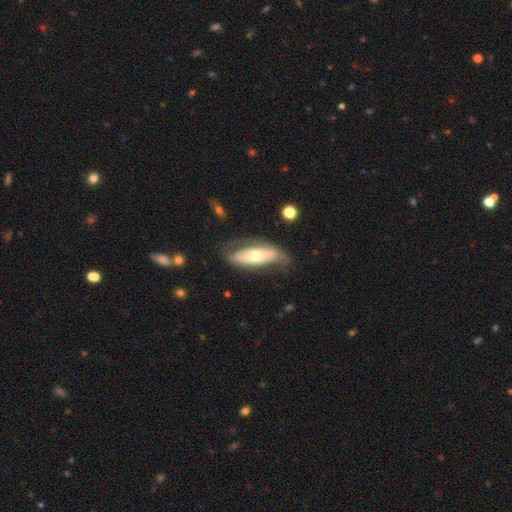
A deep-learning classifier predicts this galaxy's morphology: smooth_or_featured: featured or disk (p=0.54) [alt: smooth p=0.40]
disk_edge_on: no (p=0.72) [alt: yes p=0.28]
merging: none (p=0.61) [alt: minor disturbance p=0.24]